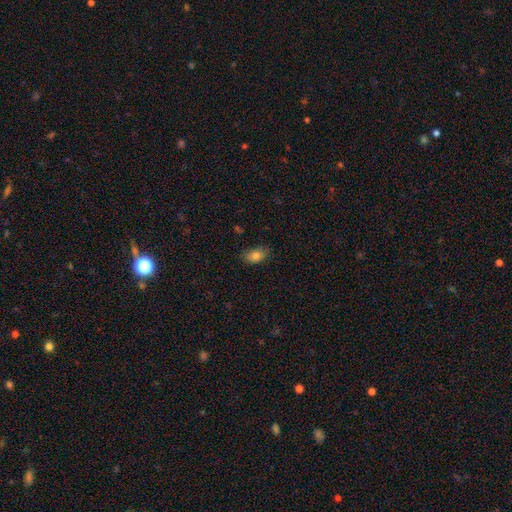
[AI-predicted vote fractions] Morphology: type=smooth (82%); roundness=in between (88%); merging=none (77%).